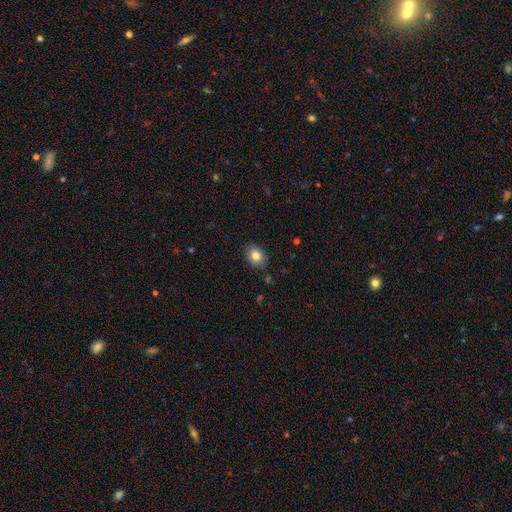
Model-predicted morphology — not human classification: This appears to be a smooth galaxy with no disk features (85%) that is in between round and cigar-shaped (62%). Merging: none (85%).